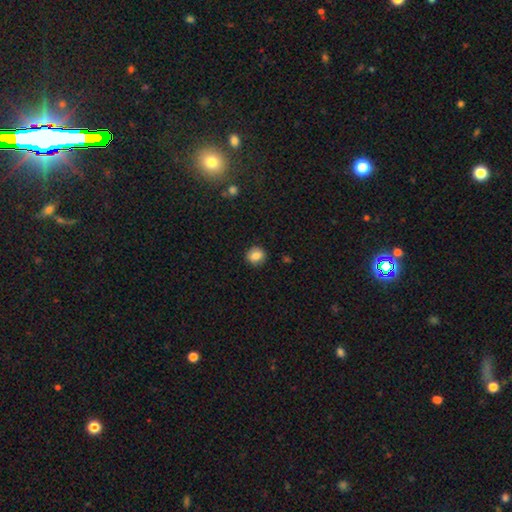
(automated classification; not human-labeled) A smooth galaxy with no disk features (83%) that is round (83%). Merging: none (89%).